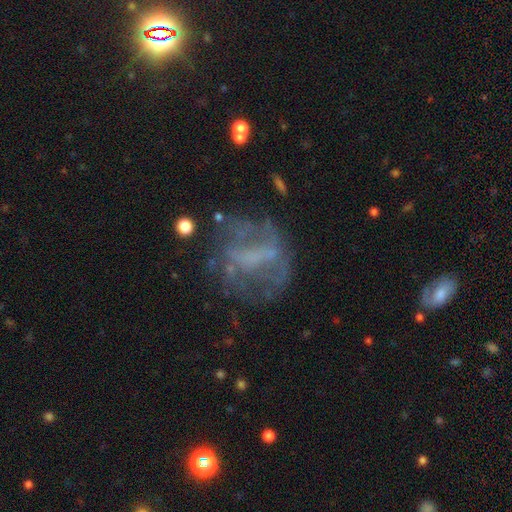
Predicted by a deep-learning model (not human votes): smooth-or-featured: featured or disk: 60% | smooth: 22% | star or artifact: 18%
  disk-edge-on: no: 95% | yes: 5%
    bar: no: 43% | weak: 33% | strong: 24%
    has-spiral-arms: no: 64% | yes: 36%
    bulge-size: none: 60% | small: 21% | moderate: 14% | large: 3% | dominant: 1%
  merging: none: 56% | major disturbance: 22% | minor disturbance: 18% | merger: 4%